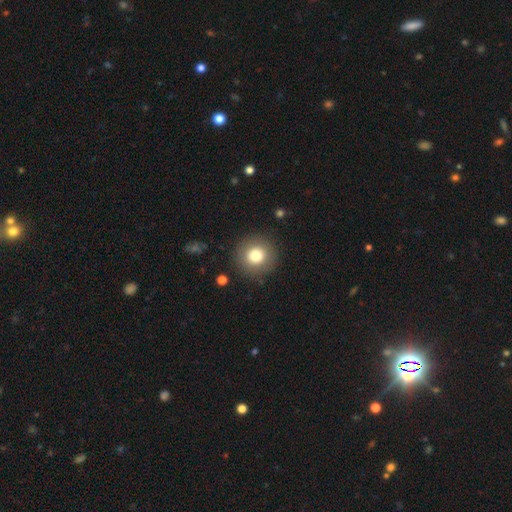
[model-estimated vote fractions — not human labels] This is likely a smooth galaxy (77%). How rounded: clearly round (95%). Merging: clearly none (89%).